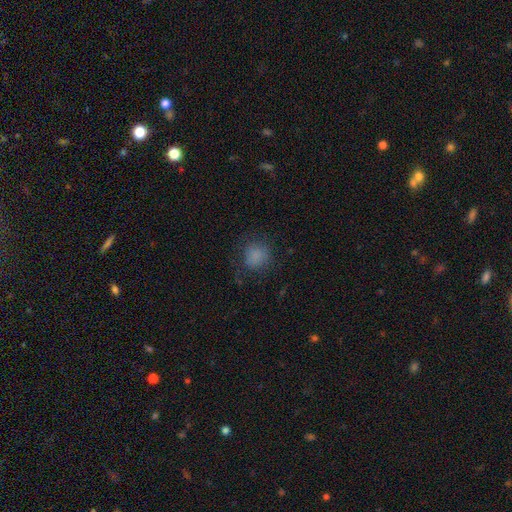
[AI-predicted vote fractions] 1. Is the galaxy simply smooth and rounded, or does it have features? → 81% smooth, 13% star or artifact, 7% featured or disk.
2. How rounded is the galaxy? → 79% round, 20% in between, 1% cigar-shaped.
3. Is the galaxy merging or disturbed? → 74% none, 16% minor disturbance, 9% major disturbance, 1% merger.